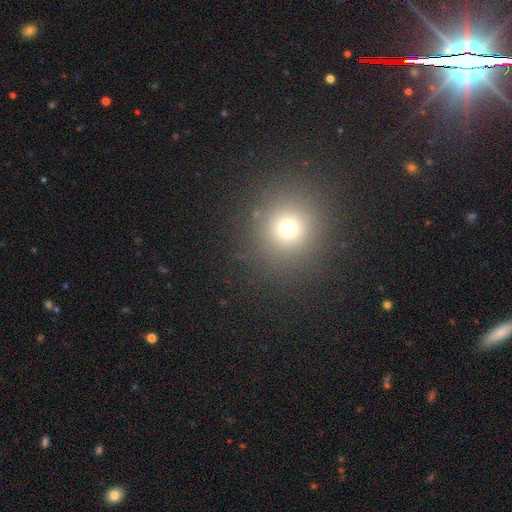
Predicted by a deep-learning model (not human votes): Morphology: type=smooth (57%); roundness=round (92%); merging=none (92%).